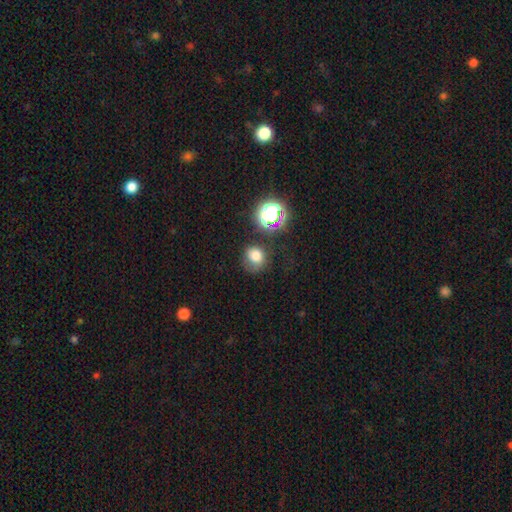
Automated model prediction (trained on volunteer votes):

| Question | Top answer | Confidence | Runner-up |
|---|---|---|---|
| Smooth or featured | smooth | 74% | star or artifact (16%) |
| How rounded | round | 80% | in between (19%) |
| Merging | none | 66% | minor disturbance (19%) |